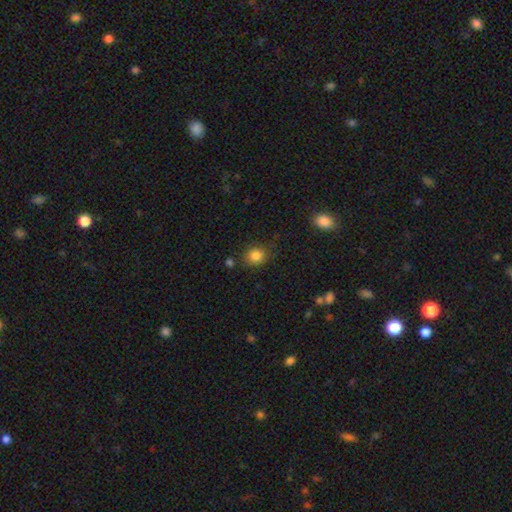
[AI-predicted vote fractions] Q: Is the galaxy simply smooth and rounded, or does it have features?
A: smooth — 85%.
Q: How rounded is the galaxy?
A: round — 77%.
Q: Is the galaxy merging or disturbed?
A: none — 79%.